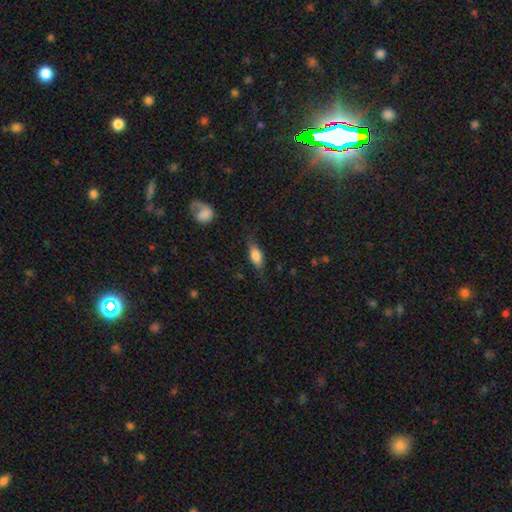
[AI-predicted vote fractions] Overall: smooth (70%). How rounded: in between (70%). Merging: none (74%).